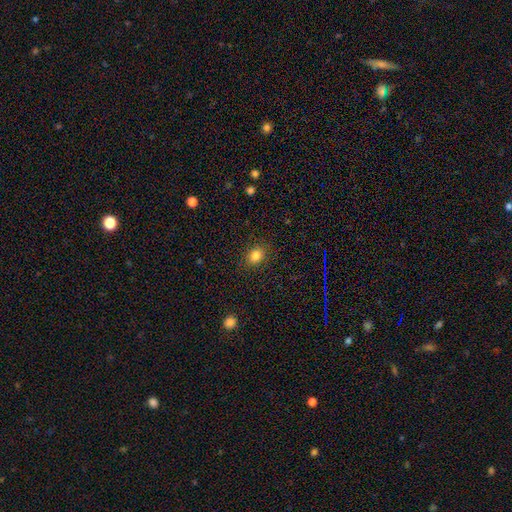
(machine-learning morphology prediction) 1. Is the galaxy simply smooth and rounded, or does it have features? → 83% smooth, 12% star or artifact, 6% featured or disk.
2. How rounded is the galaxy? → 52% round, 47% in between, 1% cigar-shaped.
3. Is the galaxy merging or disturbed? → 88% none, 9% minor disturbance, 3% major disturbance, 1% merger.